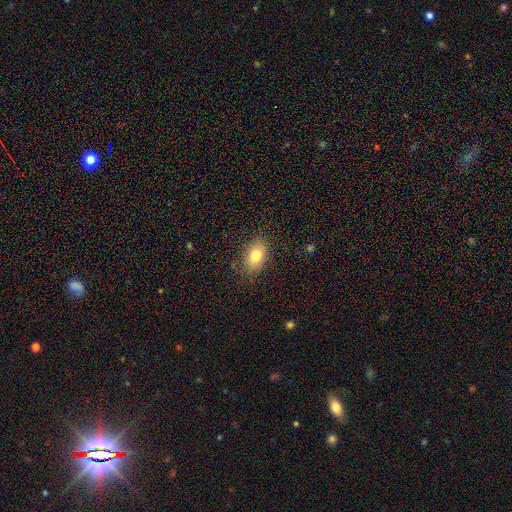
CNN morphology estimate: A smooth galaxy with no disk features (80%) that is in between round and cigar-shaped (89%). Merging: none (83%).